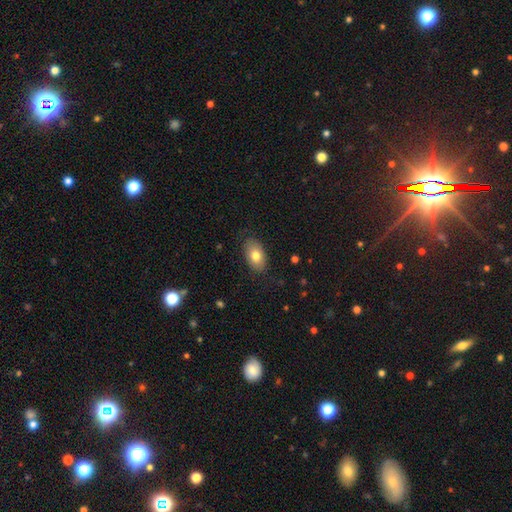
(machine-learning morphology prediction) Smooth or featured?
  - smooth: 78% *
  - featured or disk: 15%
  - star or artifact: 7%
How rounded?
  - in between: 90% *
  - round: 8%
  - cigar-shaped: 2%
Merging?
  - none: 81% *
  - minor disturbance: 14%
  - major disturbance: 3%
  - merger: 1%